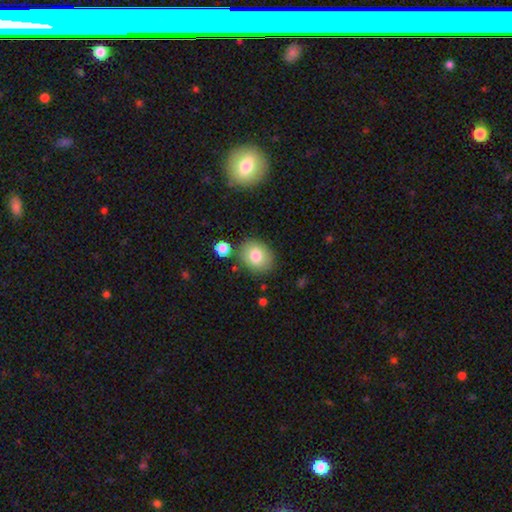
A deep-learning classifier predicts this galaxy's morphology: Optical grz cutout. It shows a smooth galaxy with no disk features (79%) that is in between round and cigar-shaped (54%). Merging: none (78%).